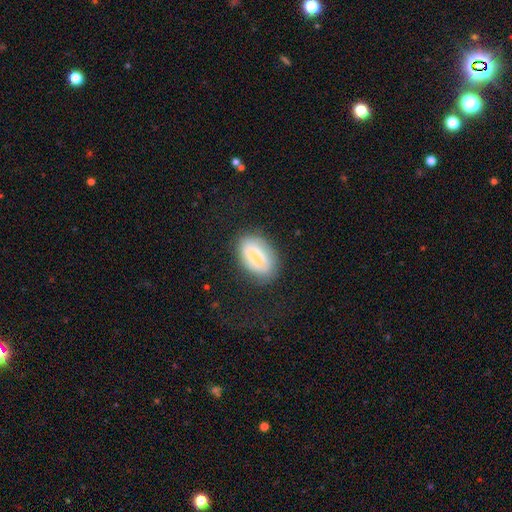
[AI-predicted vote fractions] Smooth or featured? smooth (64%)
How rounded? in between (89%)
Merging? none (72%)